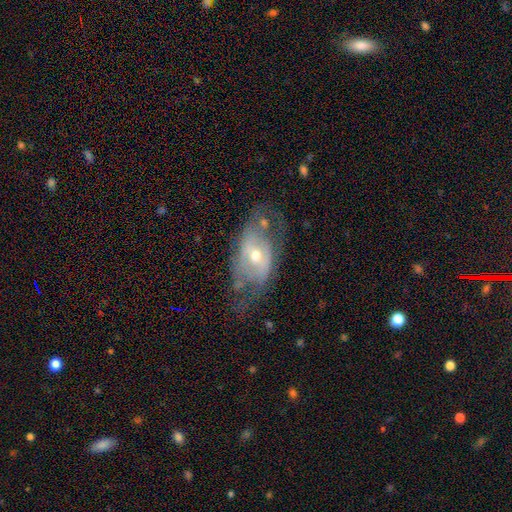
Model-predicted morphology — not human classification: Smooth or featured? featured or disk (71%)
Edge-on disk? no (91%)
Bar? no (47%)
Spiral arms? yes (59%)
Bulge size? moderate (57%)
Merging? none (50%)